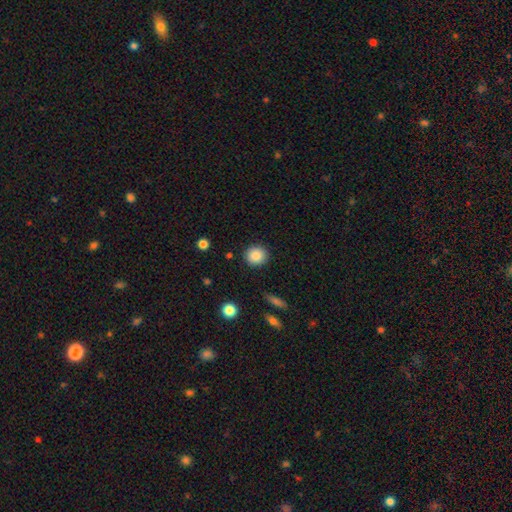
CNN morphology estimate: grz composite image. It shows a smooth galaxy with no disk features (86%) that is round (88%). Merging: none (90%).